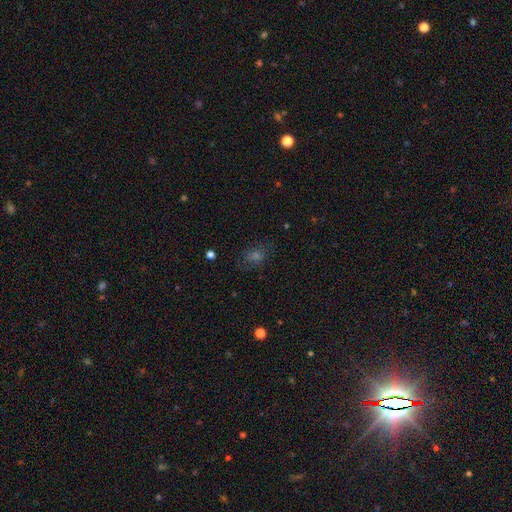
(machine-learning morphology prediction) Smooth or featured?
  - smooth: 48% *
  - star or artifact: 35%
  - featured or disk: 18%
Merging?
  - none: 78% *
  - minor disturbance: 14%
  - major disturbance: 6%
  - merger: 2%